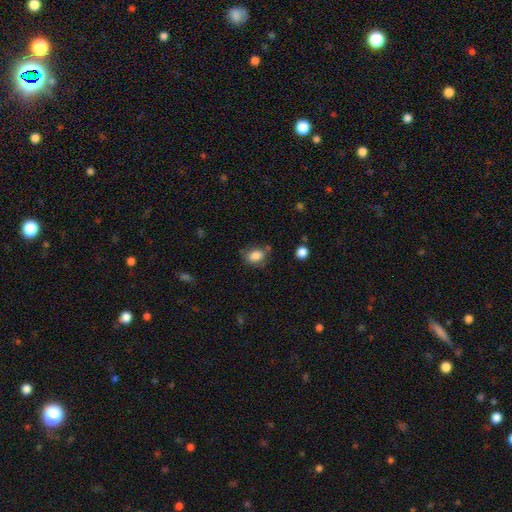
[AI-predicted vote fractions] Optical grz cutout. It shows a smooth galaxy with no disk features (83%) that is in between round and cigar-shaped (70%). Merging: none (64%).